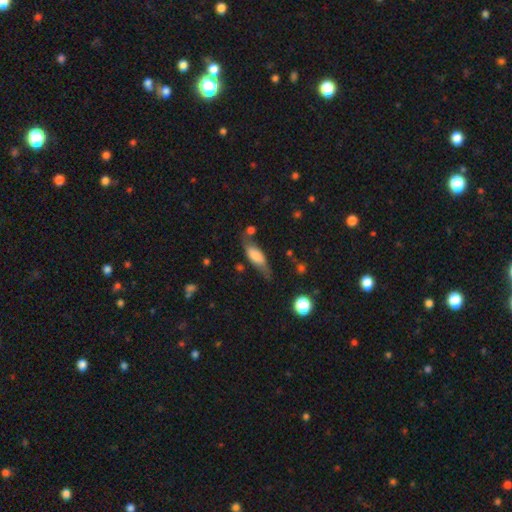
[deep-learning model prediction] Overall: smooth (67%). How rounded: in between (66%; cigar-shaped 31%). Merging: none (52%; minor disturbance 30%).